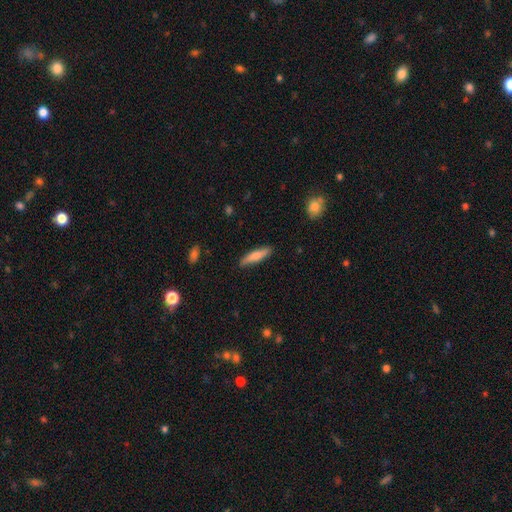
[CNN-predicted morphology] The model was most divided on "smooth or featured": smooth: 72%, featured or disk: 22%, star or artifact: 6%. More confident: merging — none (85%); how rounded — cigar-shaped (79%).